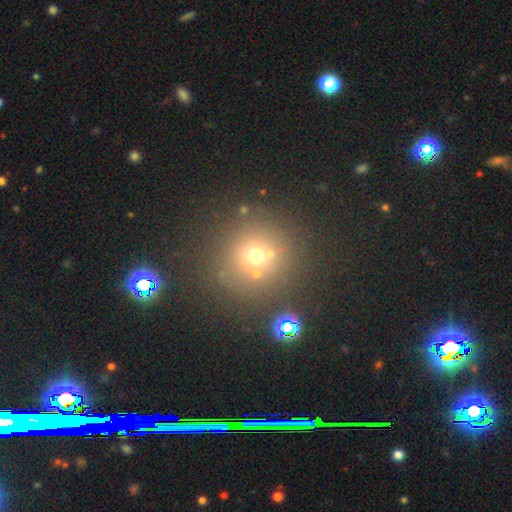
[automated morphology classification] Smooth or featured? Predicted: smooth (p=0.60). How rounded? Predicted: round (p=0.92). Merging? Predicted: none (p=0.73).